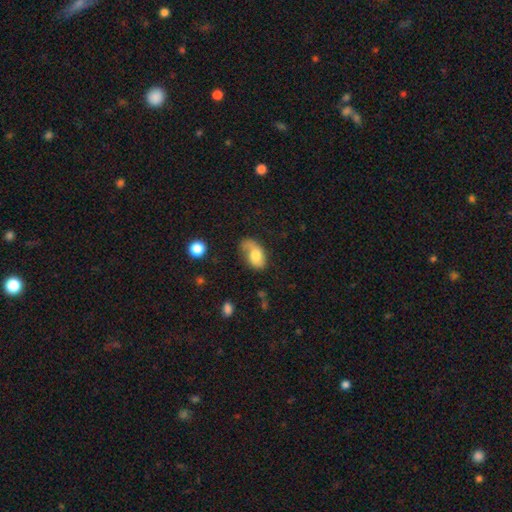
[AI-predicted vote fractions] This is likely a smooth galaxy (63%). How rounded: clearly in between (87%). Merging: marginally none (40%).